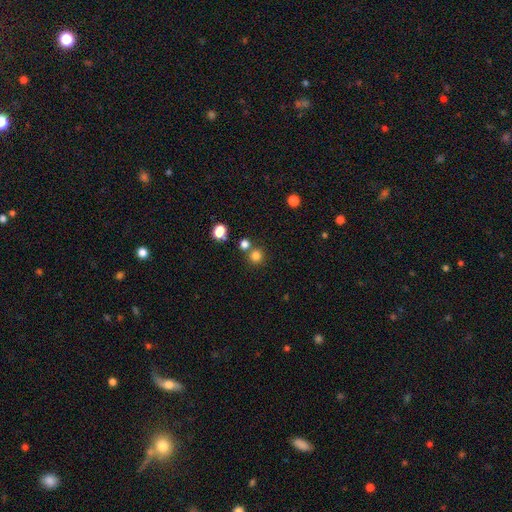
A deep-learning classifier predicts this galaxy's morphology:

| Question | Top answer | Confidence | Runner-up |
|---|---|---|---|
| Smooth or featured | smooth | 79% | star or artifact (16%) |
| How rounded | round | 93% | in between (6%) |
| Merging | none | 74% | merger (16%) |